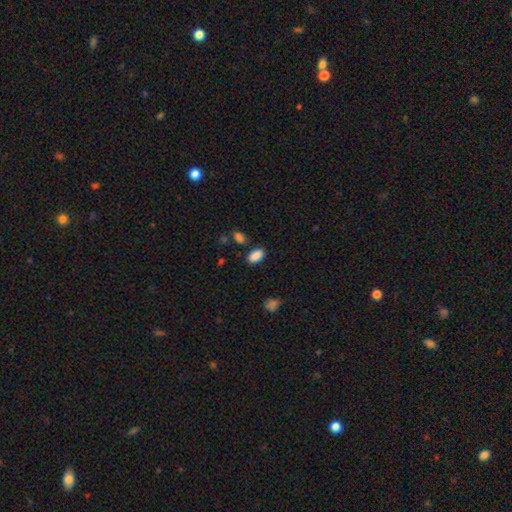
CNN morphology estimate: A smooth galaxy with no disk features (89%) that is in between round and cigar-shaped (92%).

Vote fractions:
- Smooth or featured? smooth: 89% / star or artifact: 8% / featured or disk: 3%
- How rounded? in between: 92% / round: 5% / cigar-shaped: 2%
- Merging? none: 82% / minor disturbance: 11% / merger: 4% / major disturbance: 3%